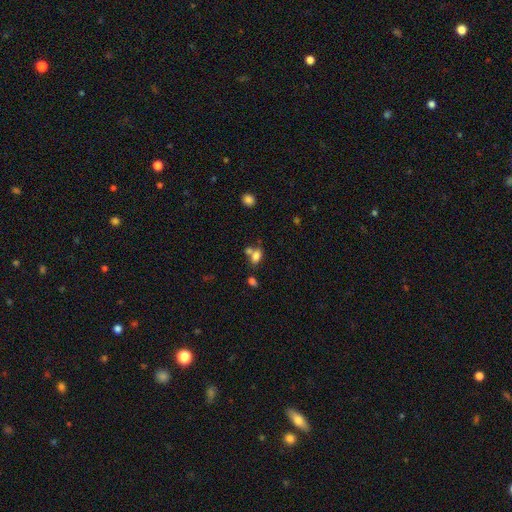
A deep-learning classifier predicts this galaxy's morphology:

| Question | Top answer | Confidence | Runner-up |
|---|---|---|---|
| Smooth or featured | smooth | 78% | star or artifact (11%) |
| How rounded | in between | 84% | round (13%) |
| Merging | none | 45% | merger (37%) |